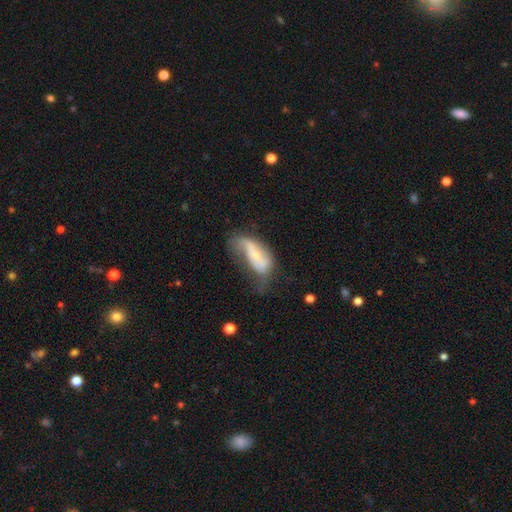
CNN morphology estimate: Smooth or featured? featured or disk (47%)
Merging? major disturbance (38%)